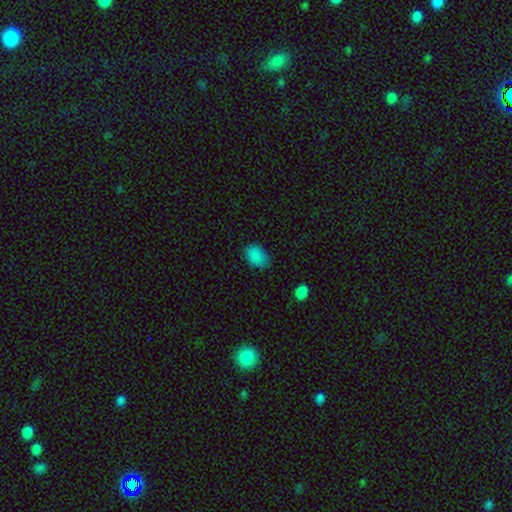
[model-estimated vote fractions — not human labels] Overall: smooth (87%). How rounded: in between (82%). Merging: none (76%).